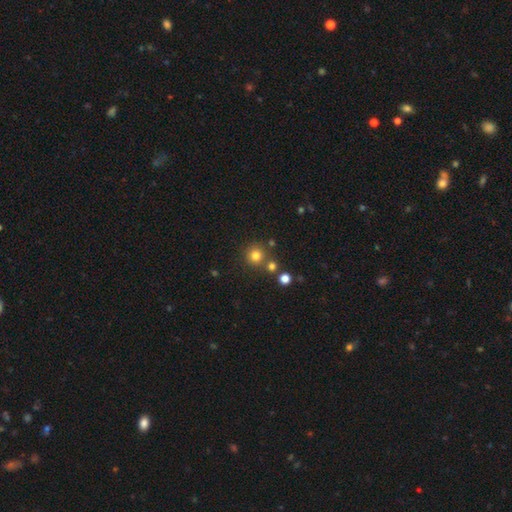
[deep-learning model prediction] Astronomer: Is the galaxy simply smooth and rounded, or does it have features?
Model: smooth — 78%.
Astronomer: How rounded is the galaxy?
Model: round — 94%.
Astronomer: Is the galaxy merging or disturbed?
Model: none — 77%.